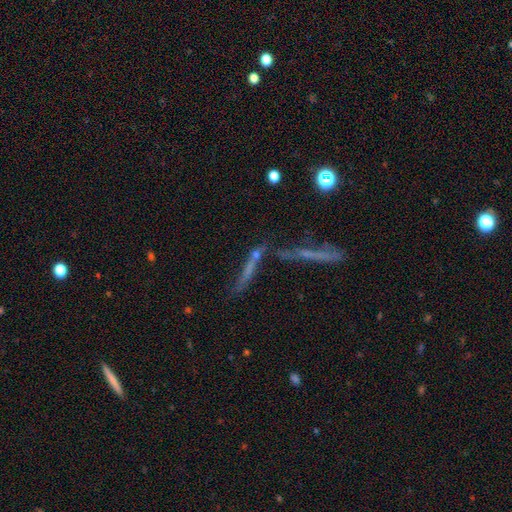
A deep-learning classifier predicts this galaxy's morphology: Q: Smooth or featured?
A: smooth (40%); runner-up: featured or disk (39%)
Q: Merging?
A: none (44%); runner-up: merger (29%)